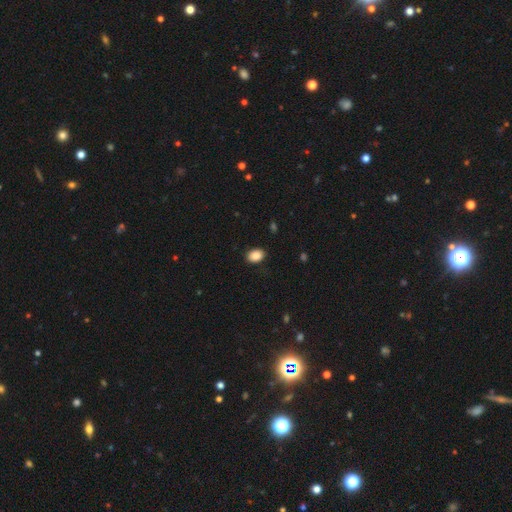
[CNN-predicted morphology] smooth 88%, star or artifact 8%, featured or disk 3%. Down the decision tree: how rounded — in between (79%); merging — none (87%).